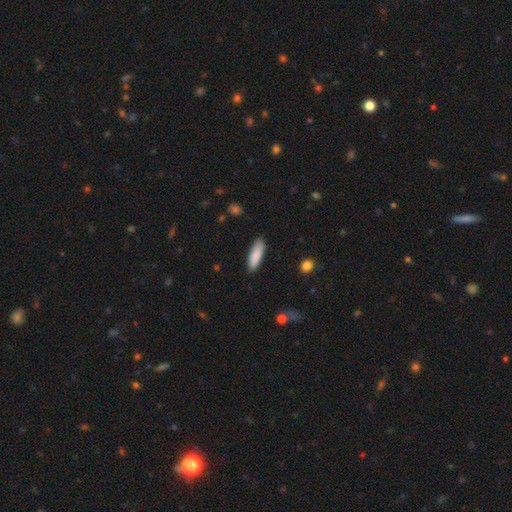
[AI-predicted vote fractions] Smooth or featured? smooth (88%)
How rounded? cigar-shaped (53%)
Merging? none (87%)